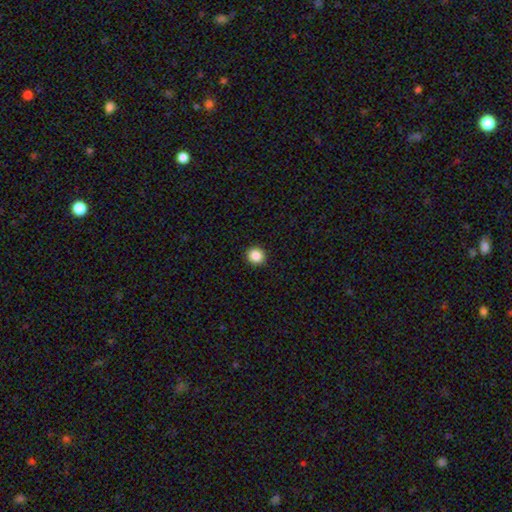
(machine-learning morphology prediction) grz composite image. It shows a smooth galaxy with no disk features (87%) that is round (92%). Merging: none (93%).